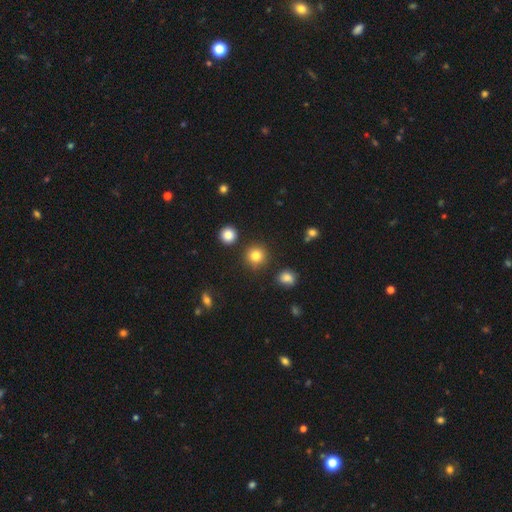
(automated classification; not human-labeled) Smooth or featured? smooth (82%)
How rounded? round (93%)
Merging? none (89%)